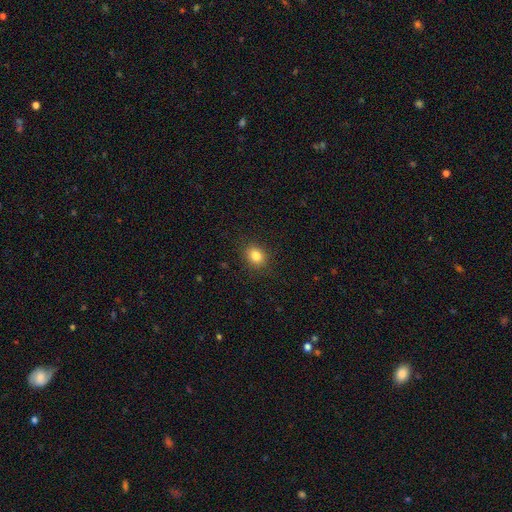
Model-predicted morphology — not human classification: Overall: smooth (83%). How rounded: round (61%; in between 38%). Merging: none (88%).